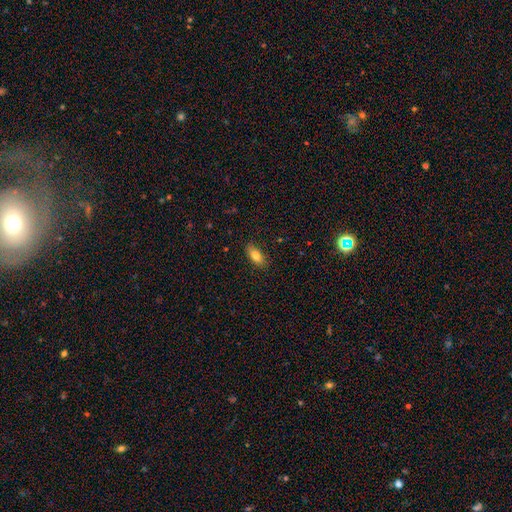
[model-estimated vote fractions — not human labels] Q: Smooth or featured?
A: smooth (79%); runner-up: featured or disk (13%)
Q: How rounded?
A: in between (85%); runner-up: cigar-shaped (12%)
Q: Merging?
A: none (86%); runner-up: minor disturbance (11%)